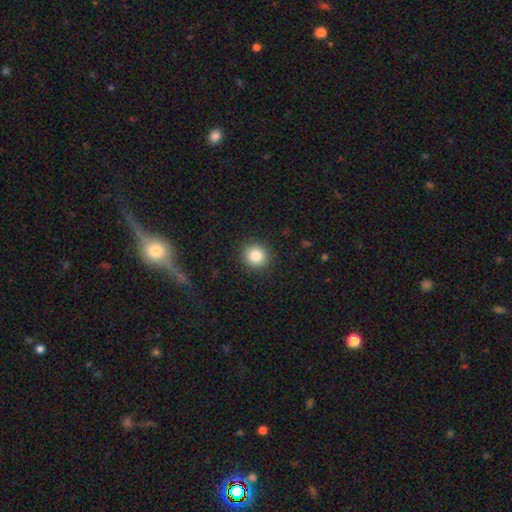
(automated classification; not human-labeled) smooth_or_featured: smooth (p=0.84) [alt: star or artifact p=0.10]
how_rounded: round (p=0.91) [alt: in between p=0.08]
merging: none (p=0.91) [alt: minor disturbance p=0.06]